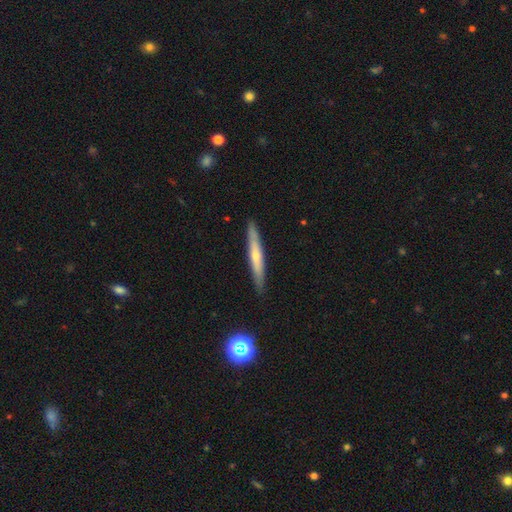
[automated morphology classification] Smooth or featured? Predicted: featured or disk (p=0.50). Edge-on disk? Predicted: yes (p=0.92). Merging? Predicted: none (p=0.89).